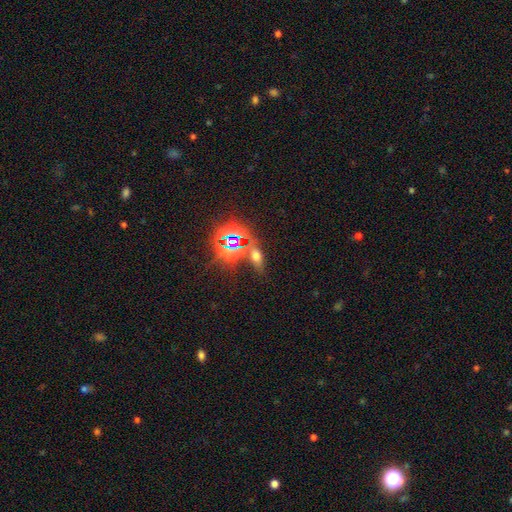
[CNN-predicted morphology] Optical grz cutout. It shows a star or artifact, not a galaxy (44%).